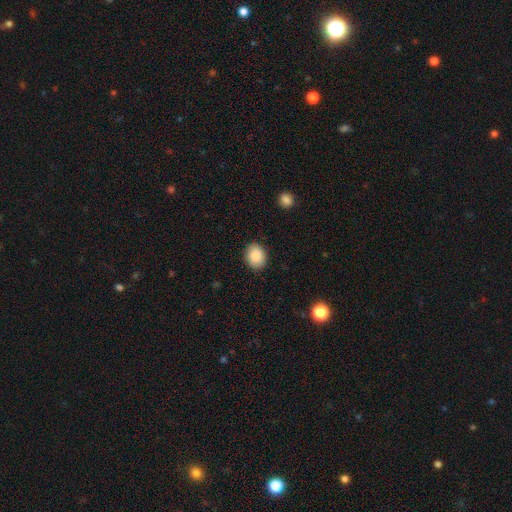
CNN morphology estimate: Smooth or featured? smooth (86%)
How rounded? in between (53%)
Merging? none (88%)